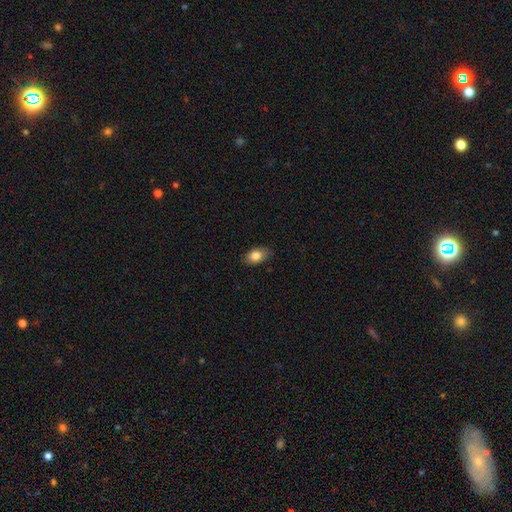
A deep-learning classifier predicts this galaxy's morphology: A smooth galaxy with no disk features (83%) that is in between round and cigar-shaped (86%). Merging: none (84%).